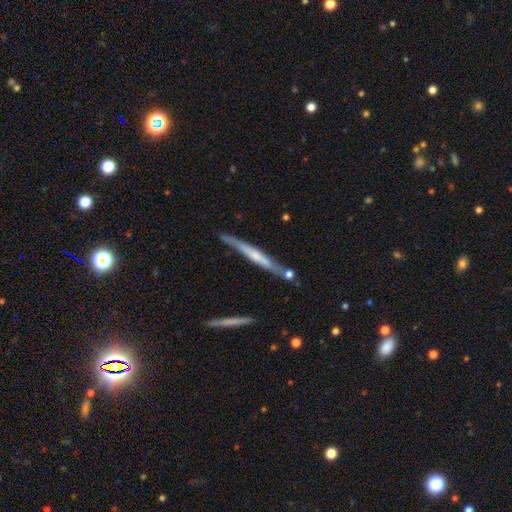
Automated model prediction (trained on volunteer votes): smooth-or-featured: featured or disk: 64% | smooth: 31% | star or artifact: 5%
  disk-edge-on: yes: 95% | no: 5%
    edge-on-bulge: none: 45% | rounded: 44% | boxy: 11%
  merging: none: 75% | minor disturbance: 16% | merger: 6% | major disturbance: 3%